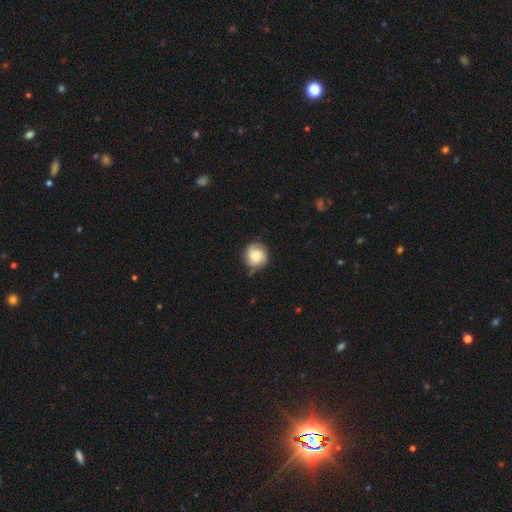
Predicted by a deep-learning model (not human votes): Smooth or featured: featured or disk — 48% (smooth — 43%)
Merging: none — 75% (minor disturbance — 18%)